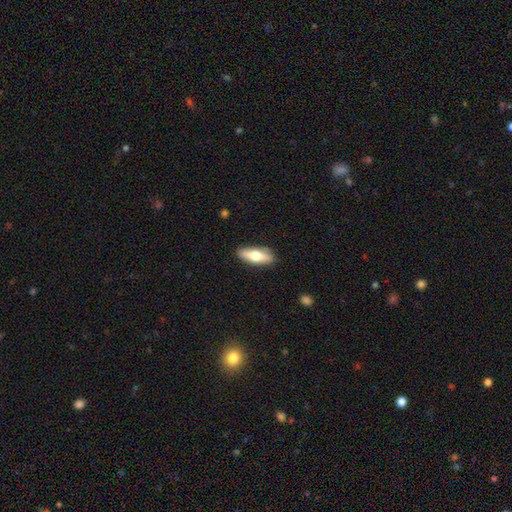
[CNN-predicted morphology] Smooth or featured?
  - smooth: 58% *
  - featured or disk: 36%
  - star or artifact: 6%
How rounded?
  - in between: 58% *
  - cigar-shaped: 40%
  - round: 3%
Merging?
  - none: 87% *
  - minor disturbance: 10%
  - major disturbance: 2%
  - merger: 1%